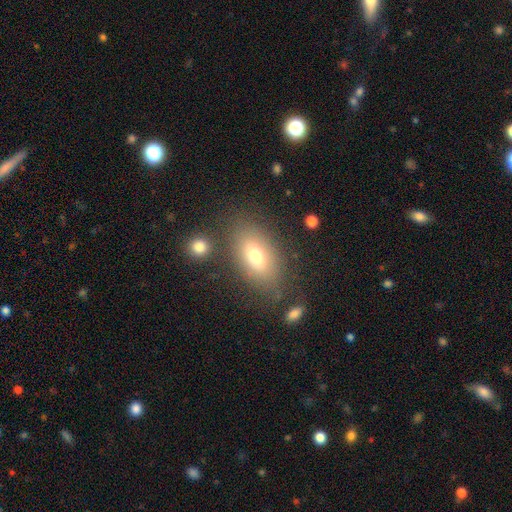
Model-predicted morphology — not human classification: Smooth or featured? Predicted: smooth (p=0.71). How rounded? Predicted: in between (p=0.89). Merging? Predicted: none (p=0.77).